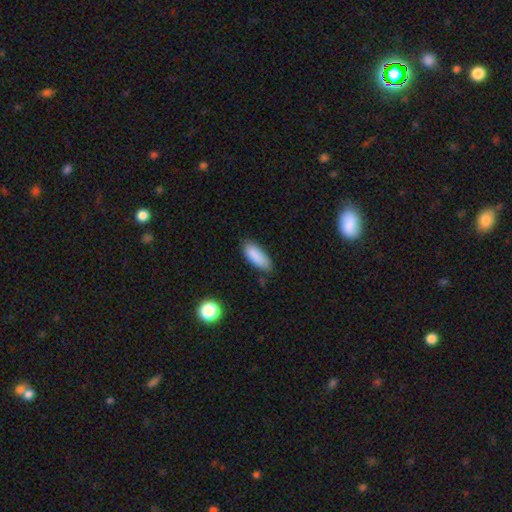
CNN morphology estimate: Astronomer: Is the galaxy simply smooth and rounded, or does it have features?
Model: smooth — 88%.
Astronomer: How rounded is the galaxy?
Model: in between — 74%.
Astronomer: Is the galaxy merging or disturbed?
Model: none — 75%.